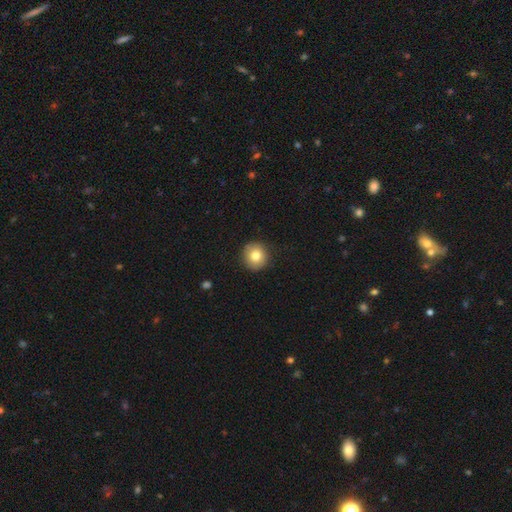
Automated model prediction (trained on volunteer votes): Smooth or featured? Predicted: smooth (p=0.79). How rounded? Predicted: round (p=0.93). Merging? Predicted: none (p=0.90).